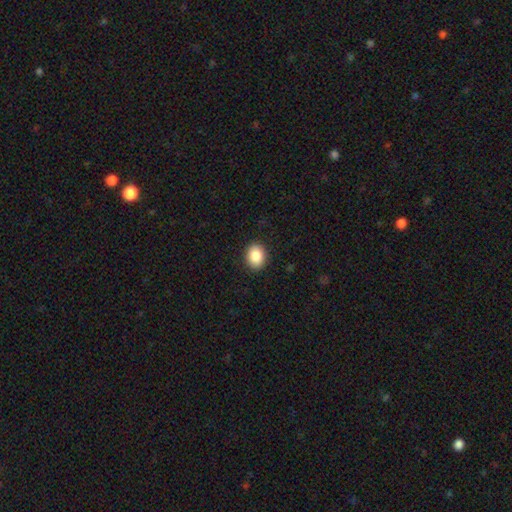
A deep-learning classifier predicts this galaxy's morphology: smooth-or-featured: smooth: 87% | star or artifact: 8% | featured or disk: 5%
  how-rounded: in between: 52% | round: 47% | cigar-shaped: 1%
  merging: none: 90% | minor disturbance: 7% | major disturbance: 2% | merger: 1%